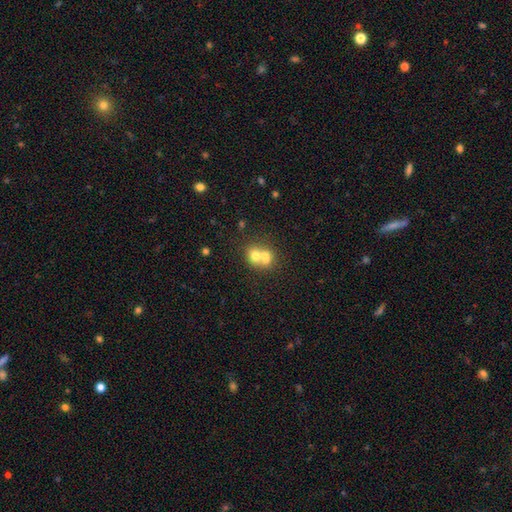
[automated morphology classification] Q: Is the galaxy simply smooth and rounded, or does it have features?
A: smooth — 66%.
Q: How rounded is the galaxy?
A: round — 68%.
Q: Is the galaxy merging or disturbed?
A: merger — 67%.